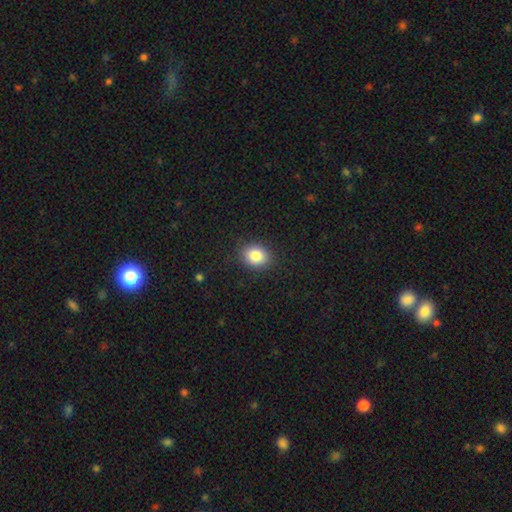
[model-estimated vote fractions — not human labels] smooth 83%, star or artifact 10%, featured or disk 7%. Down the decision tree: how rounded — round (55%); merging — none (88%).